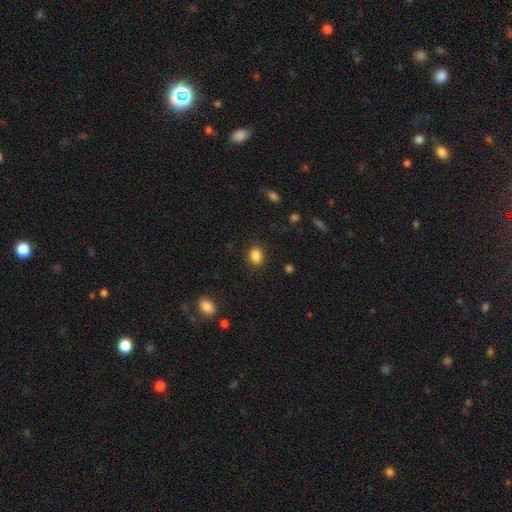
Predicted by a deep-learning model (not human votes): The model was most divided on "how rounded": round: 50%, in between: 49%, cigar-shaped: 1%. More confident: merging — none (88%); smooth or featured — smooth (86%).